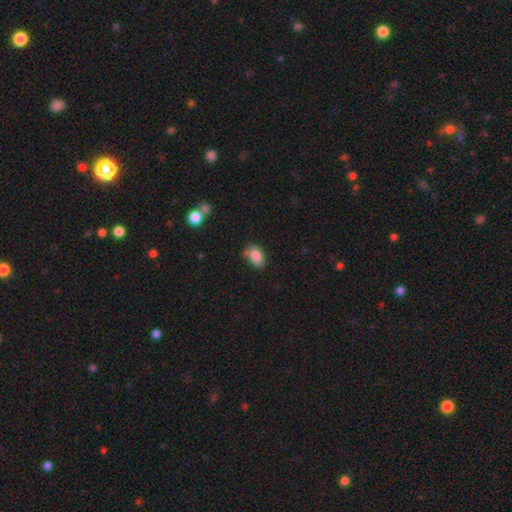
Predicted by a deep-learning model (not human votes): Smooth or featured?
  - smooth: 86% *
  - star or artifact: 8%
  - featured or disk: 5%
How rounded?
  - in between: 89% *
  - round: 9%
  - cigar-shaped: 2%
Merging?
  - none: 66% *
  - minor disturbance: 25%
  - major disturbance: 5%
  - merger: 4%